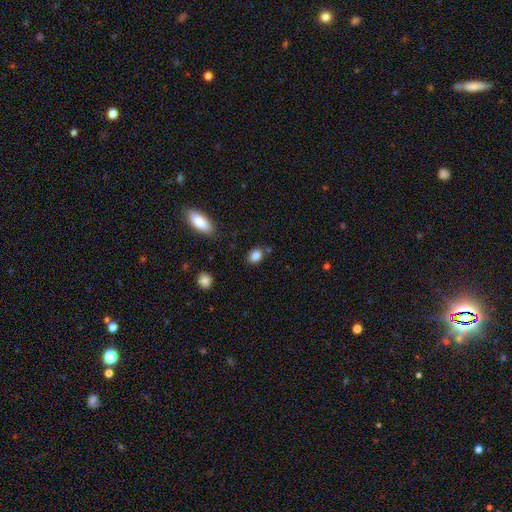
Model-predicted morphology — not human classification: A smooth galaxy with no disk features (85%) that is in between round and cigar-shaped (68%). Merging: none (75%).